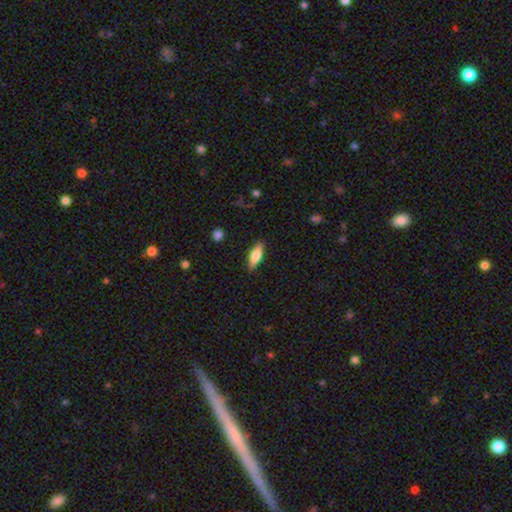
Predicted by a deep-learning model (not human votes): A smooth galaxy with no disk features (66%) that is in between round and cigar-shaped (59%).

Vote fractions:
- Smooth or featured? smooth: 66% / featured or disk: 28% / star or artifact: 6%
- How rounded? in between: 59% / cigar-shaped: 38% / round: 3%
- Merging? none: 87% / minor disturbance: 10% / major disturbance: 2% / merger: 1%